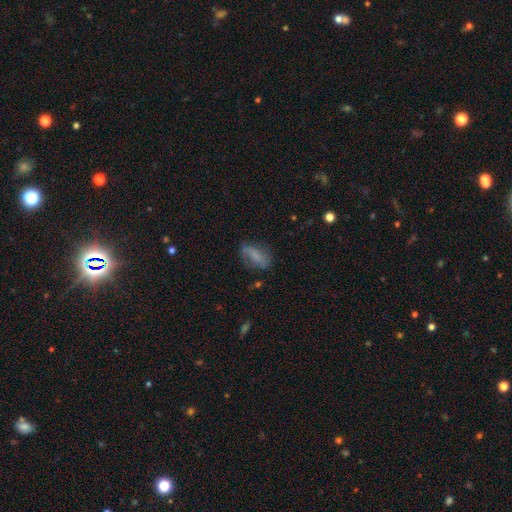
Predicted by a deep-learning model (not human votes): smooth 60%, featured or disk 31%, star or artifact 10%. Down the decision tree: how rounded — in between (84%); merging — none (65%).